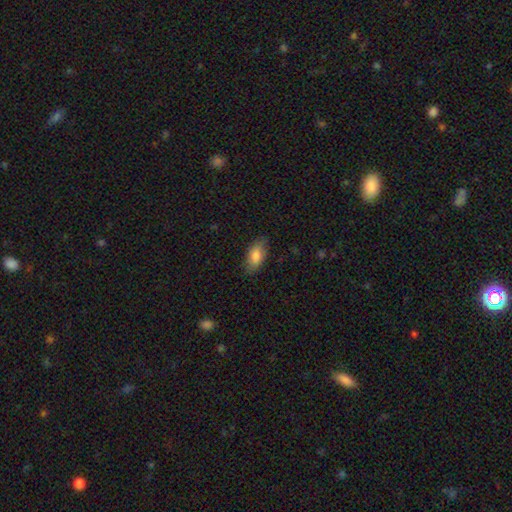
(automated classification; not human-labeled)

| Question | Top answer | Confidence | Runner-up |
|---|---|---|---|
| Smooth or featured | smooth | 82% | featured or disk (11%) |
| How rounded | in between | 91% | cigar-shaped (6%) |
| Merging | none | 81% | minor disturbance (15%) |